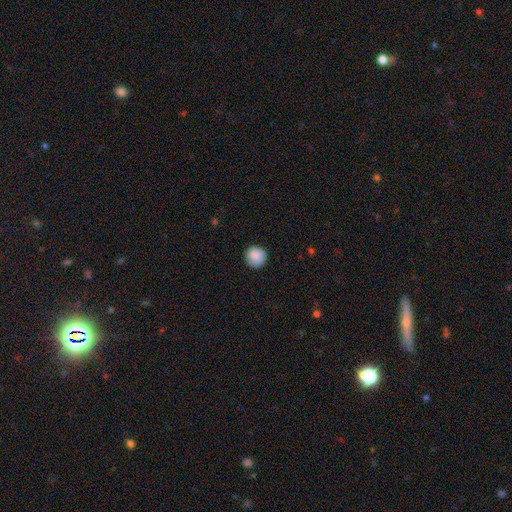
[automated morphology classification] The model was most divided on "merging": none: 89%, minor disturbance: 8%, major disturbance: 2%, merger: 1%. More confident: how rounded — round (93%); smooth or featured — smooth (89%).